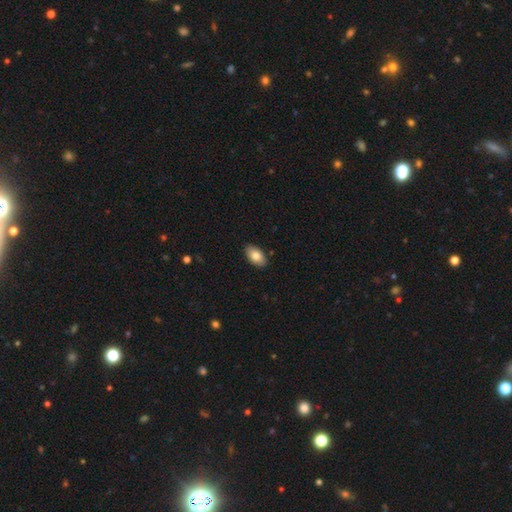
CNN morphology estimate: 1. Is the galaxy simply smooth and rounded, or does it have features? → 83% smooth, 11% featured or disk, 7% star or artifact.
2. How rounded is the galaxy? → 94% in between, 5% round, 1% cigar-shaped.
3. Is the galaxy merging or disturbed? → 89% none, 8% minor disturbance, 2% major disturbance, 1% merger.